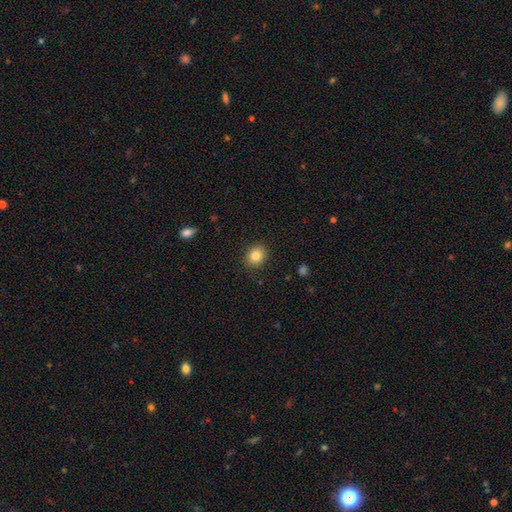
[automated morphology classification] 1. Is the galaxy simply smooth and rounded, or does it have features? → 84% smooth, 10% star or artifact, 6% featured or disk.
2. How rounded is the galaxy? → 72% round, 27% in between, 1% cigar-shaped.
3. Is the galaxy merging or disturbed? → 89% none, 8% minor disturbance, 2% major disturbance, 1% merger.